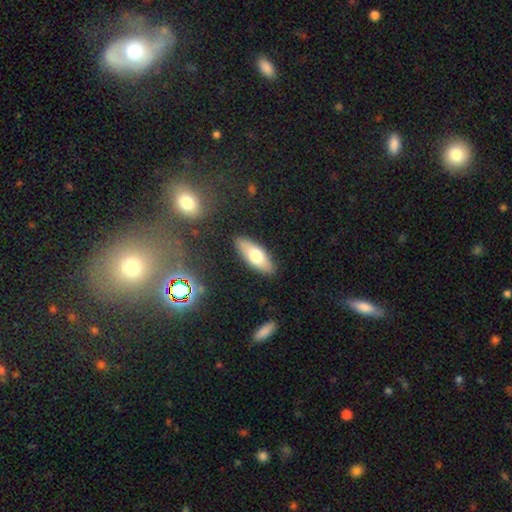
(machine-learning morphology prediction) smooth-or-featured: smooth: 70% | featured or disk: 23% | star or artifact: 7%
  how-rounded: in between: 72% | cigar-shaped: 26% | round: 2%
  merging: none: 87% | minor disturbance: 9% | major disturbance: 2% | merger: 1%